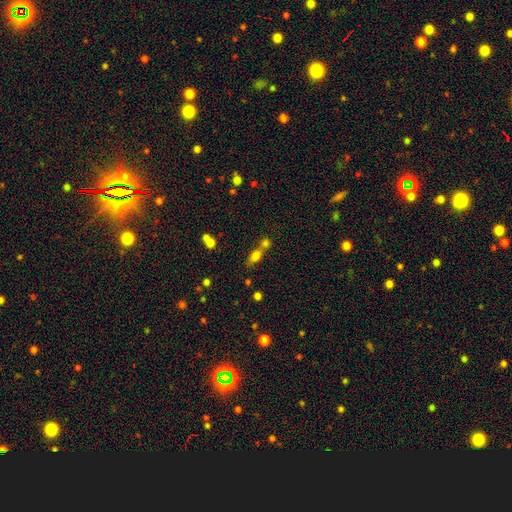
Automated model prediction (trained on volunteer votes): Smooth or featured? Predicted: smooth (p=0.71). How rounded? Predicted: in between (p=0.66). Merging? Predicted: merger (p=0.45).